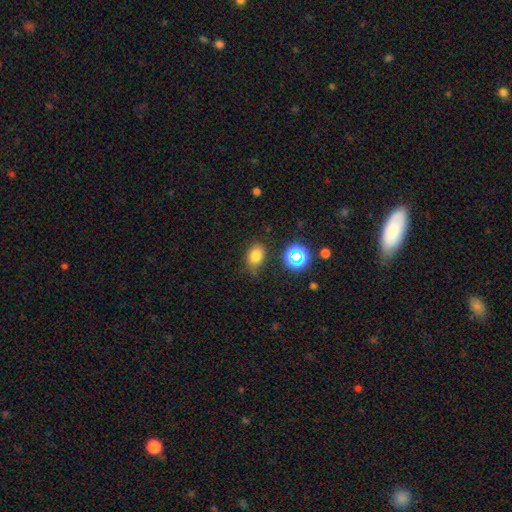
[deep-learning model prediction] Smooth or featured? smooth (75%)
How rounded? in between (72%)
Merging? none (67%)